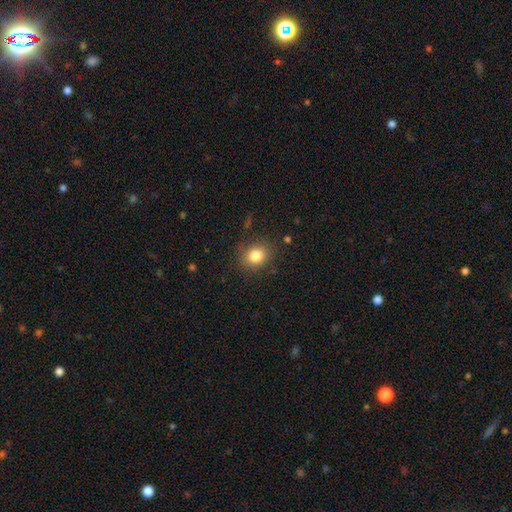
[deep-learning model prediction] A smooth galaxy with no disk features (82%) that is round (68%).

Vote fractions:
- Smooth or featured? smooth: 82% / star or artifact: 11% / featured or disk: 7%
- How rounded? round: 68% / in between: 31% / cigar-shaped: 1%
- Merging? none: 84% / minor disturbance: 11% / major disturbance: 4% / merger: 2%